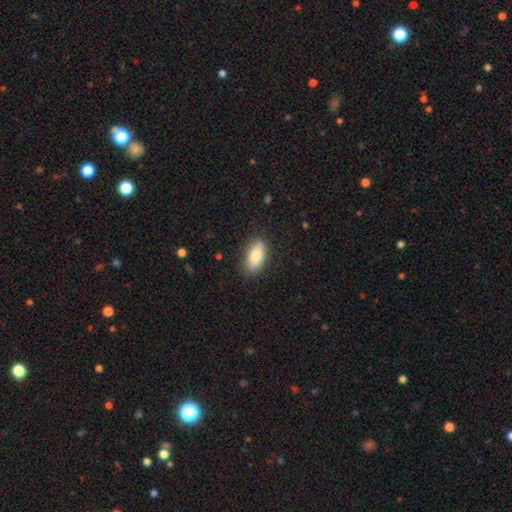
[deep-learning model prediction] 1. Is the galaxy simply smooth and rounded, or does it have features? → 83% smooth, 10% featured or disk, 6% star or artifact.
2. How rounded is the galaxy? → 89% in between, 7% cigar-shaped, 3% round.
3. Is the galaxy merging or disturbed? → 83% none, 13% minor disturbance, 3% major disturbance, 1% merger.